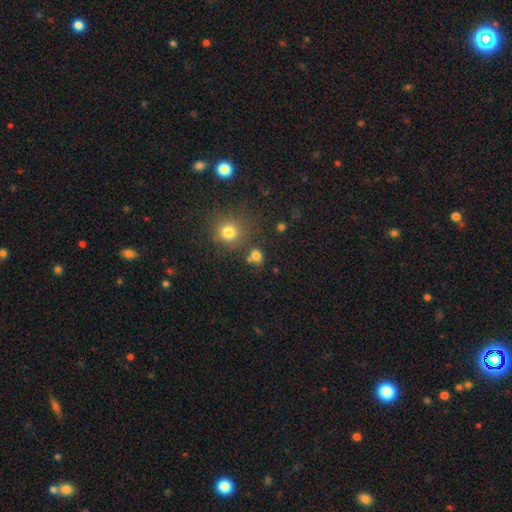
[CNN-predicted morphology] This is likely a smooth galaxy (77%). How rounded: likely round (71%). Merging: likely none (68%).